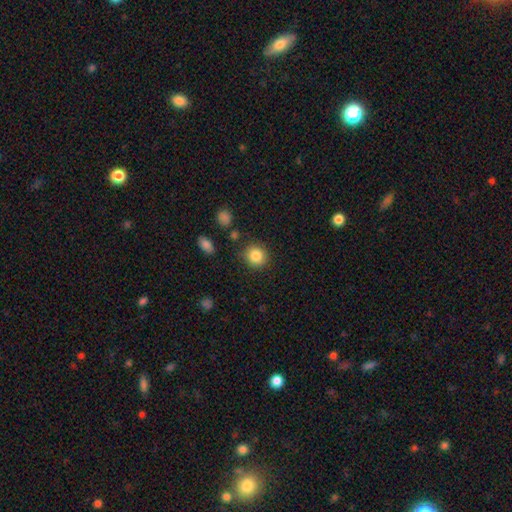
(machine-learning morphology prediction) This is clearly a smooth galaxy (85%). How rounded: clearly round (86%). Merging: clearly none (86%).